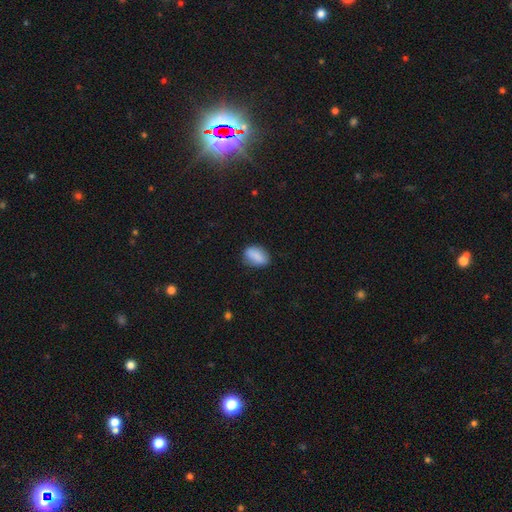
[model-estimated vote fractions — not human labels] smooth-or-featured: smooth: 85% | star or artifact: 8% | featured or disk: 7%
  how-rounded: in between: 84% | round: 13% | cigar-shaped: 3%
  merging: none: 77% | minor disturbance: 18% | major disturbance: 4% | merger: 2%